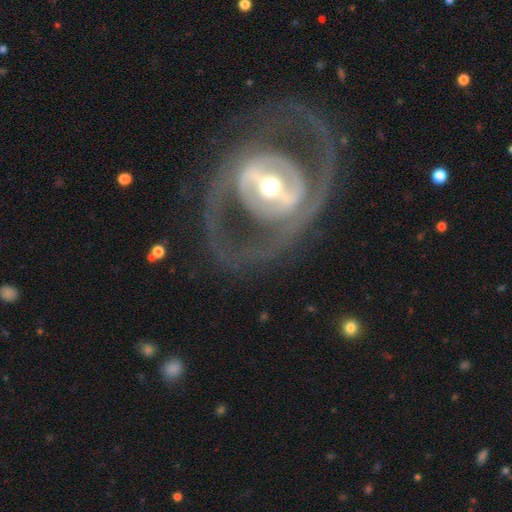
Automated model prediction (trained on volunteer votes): Smooth or featured: featured or disk — 86% (smooth — 9%)
Edge-on disk: no — 95% (yes — 5%)
Bar: strong — 54% (weak — 29%)
Spiral arms: yes — 70% (no — 30%)
Spiral winding: medium — 44% (tight — 35%)
Spiral arm count: 2 — 75% (can't tell — 12%)
Bulge size: moderate — 65% (small — 20%)
Merging: none — 66% (major disturbance — 20%)